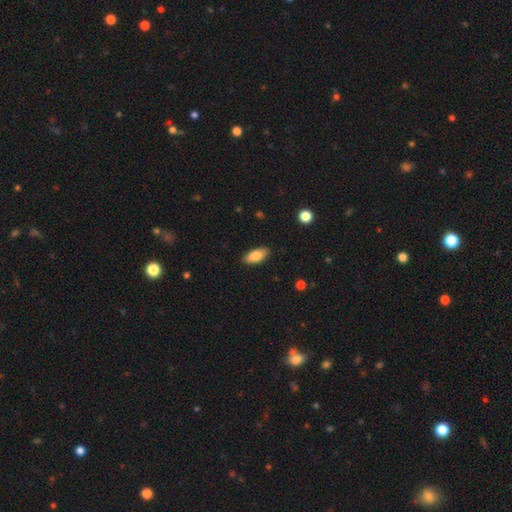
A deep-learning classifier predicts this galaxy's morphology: type=smooth (84%); roundness=in between (89%); merging=none (88%).